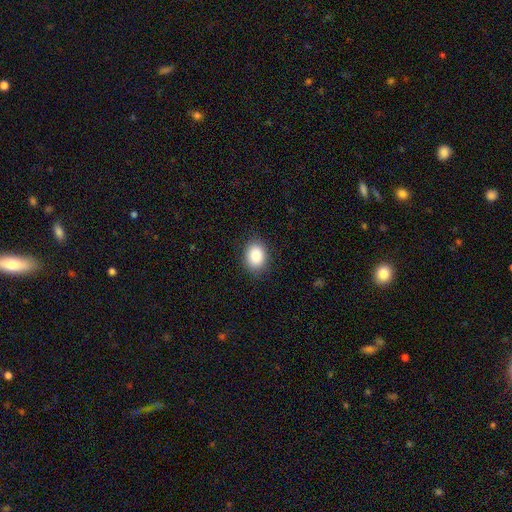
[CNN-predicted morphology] type=smooth (87%); roundness=in between (63%); merging=none (87%).